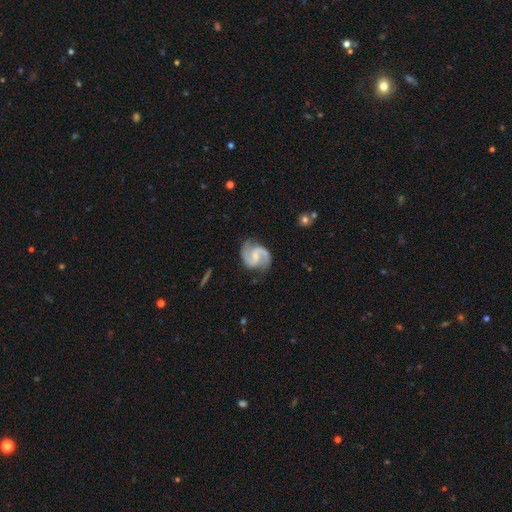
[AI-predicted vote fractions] Overall: featured or disk (91%). Edge-on disk: no (98%). Bar: weak (51%; no 32%). Spiral arms: yes (98%). Spiral arm count: 2 (94%). Spiral winding: medium (61%). Bulge size: small (52%; moderate 28%). Merging: none (80%).